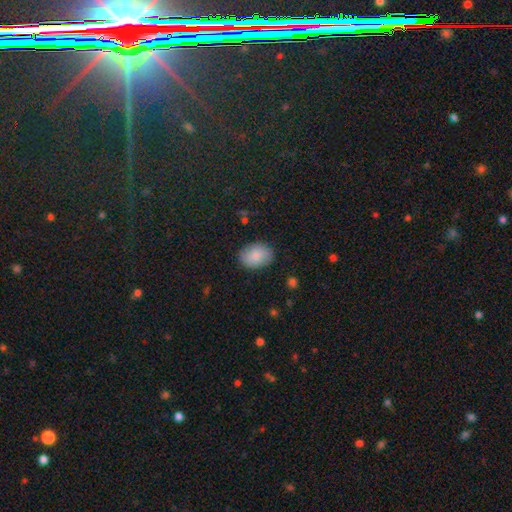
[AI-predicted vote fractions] Smooth or featured?
  - smooth: 84% *
  - featured or disk: 9%
  - star or artifact: 7%
How rounded?
  - in between: 79% *
  - round: 20%
  - cigar-shaped: 1%
Merging?
  - none: 85% *
  - minor disturbance: 11%
  - major disturbance: 3%
  - merger: 1%